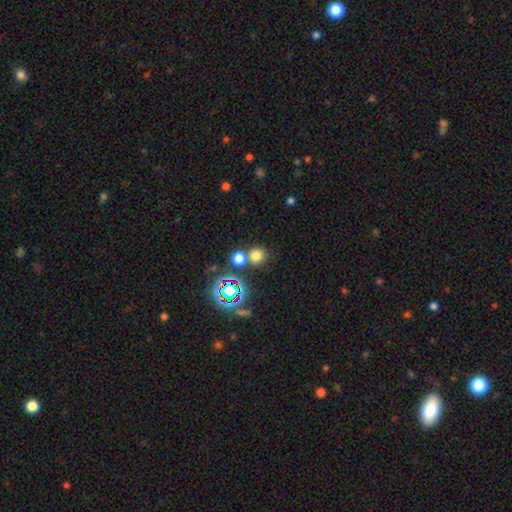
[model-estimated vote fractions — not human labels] Morphology: type=smooth (70%); roundness=round (88%); merging=none (67%).